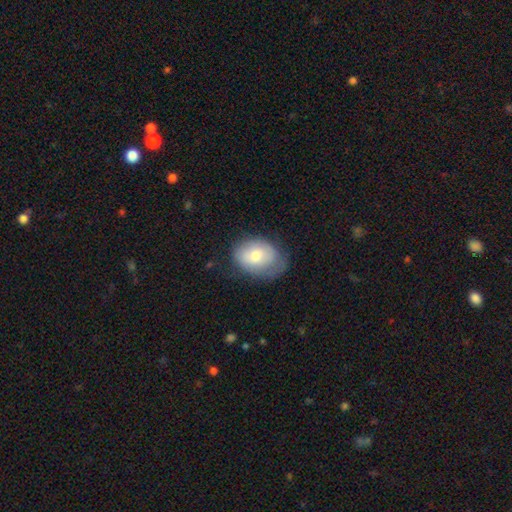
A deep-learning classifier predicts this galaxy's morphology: A smooth galaxy with no disk features (69%) that is in between round and cigar-shaped (73%). Merging: none (53%).